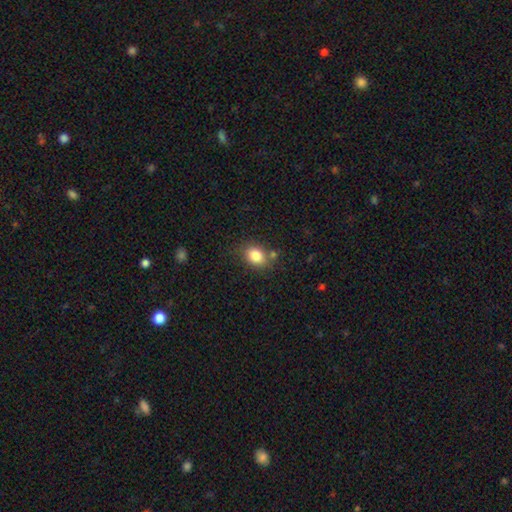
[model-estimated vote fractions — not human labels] A smooth galaxy with no disk features (83%) that is in between round and cigar-shaped (58%). Merging: none (72%).